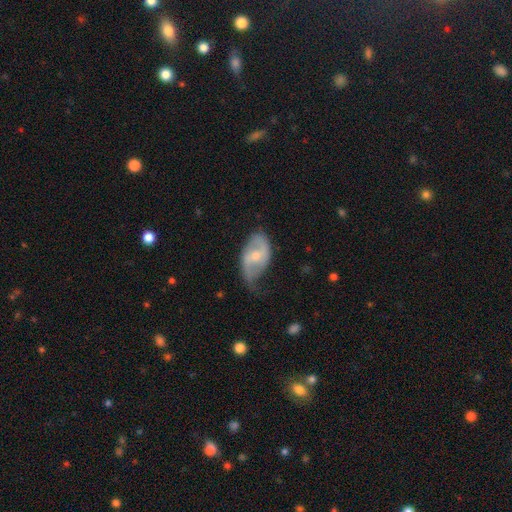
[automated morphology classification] The model was most divided on "bulge size": small: 49%, moderate: 46%, none: 2%, large: 2%, dominant: 1%. Remaining: edge-on disk — no (96%); spiral arms — yes (86%); spiral arm count — 2 (82%); smooth or featured — featured or disk (71%); spiral winding — loose (51%); merging — none (48%); bar — weak (47%).